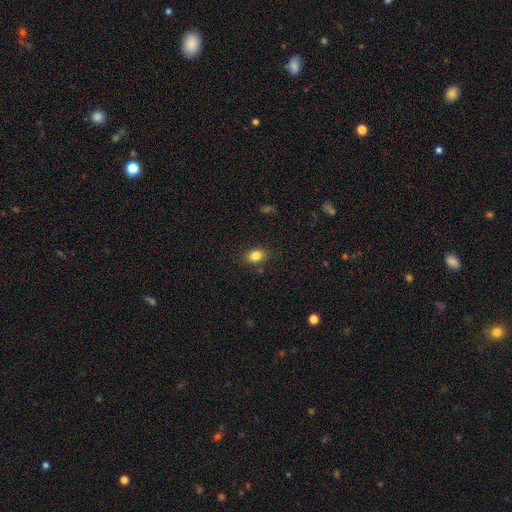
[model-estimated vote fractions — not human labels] This is clearly a smooth galaxy (83%). How rounded: likely in between (70%). Merging: clearly none (84%).